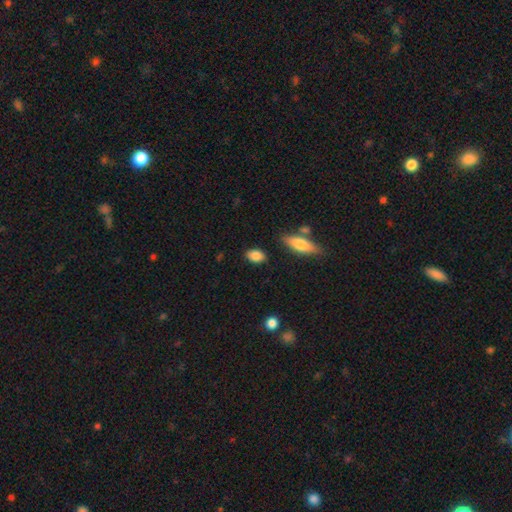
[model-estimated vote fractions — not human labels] Smooth or featured? smooth (85%)
How rounded? in between (82%)
Merging? none (85%)